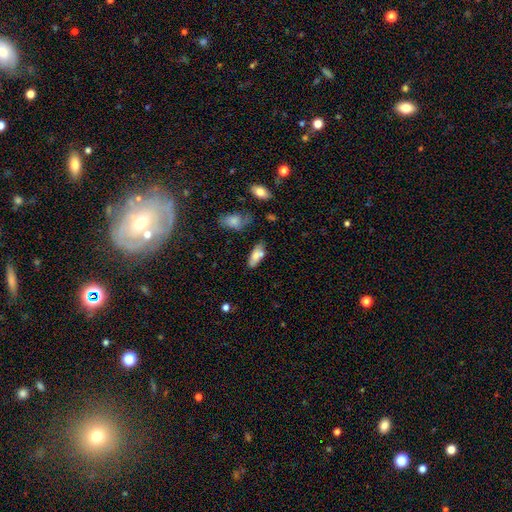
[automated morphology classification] This is likely a smooth galaxy (74%). How rounded: likely in between (79%). Merging: possibly none (58%).